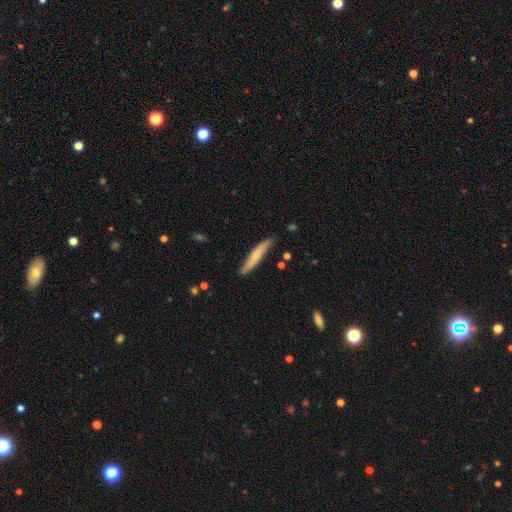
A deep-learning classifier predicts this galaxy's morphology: Smooth or featured? Predicted: smooth (p=0.60). How rounded? Predicted: cigar-shaped (p=0.90). Merging? Predicted: none (p=0.80).